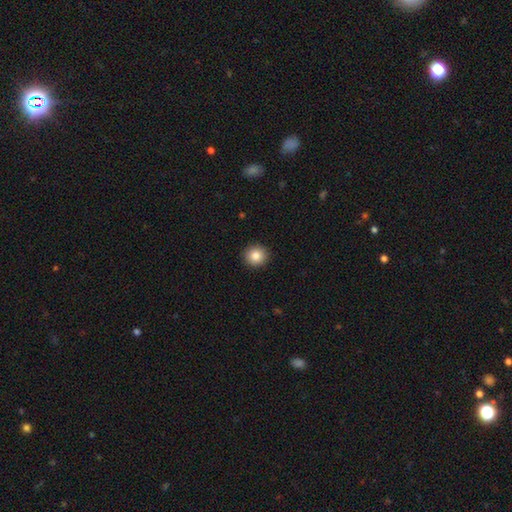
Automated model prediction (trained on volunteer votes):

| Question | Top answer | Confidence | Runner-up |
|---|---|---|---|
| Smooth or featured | smooth | 84% | star or artifact (9%) |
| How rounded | round | 91% | in between (8%) |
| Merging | none | 92% | minor disturbance (5%) |